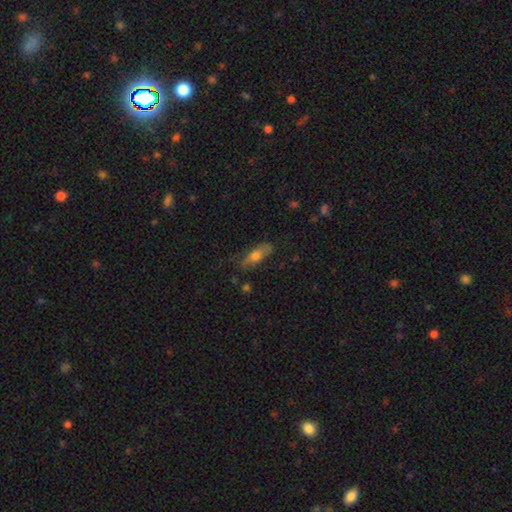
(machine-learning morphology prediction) Q: Smooth or featured?
A: smooth (62%); runner-up: featured or disk (31%)
Q: How rounded?
A: in between (60%); runner-up: cigar-shaped (36%)
Q: Merging?
A: none (69%); runner-up: minor disturbance (22%)